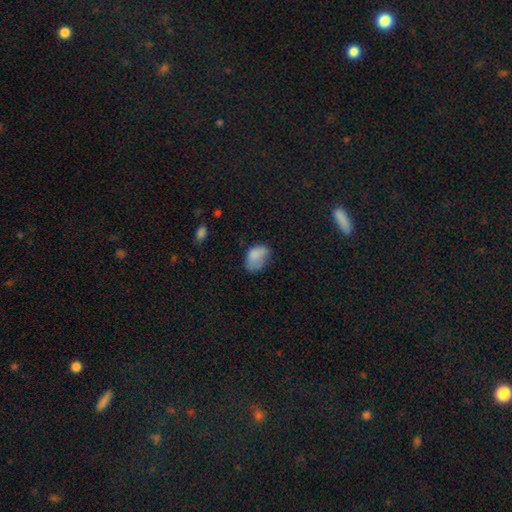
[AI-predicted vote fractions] Q: Smooth or featured?
A: smooth (79%); runner-up: featured or disk (12%)
Q: How rounded?
A: in between (85%); runner-up: round (13%)
Q: Merging?
A: none (43%); runner-up: minor disturbance (37%)